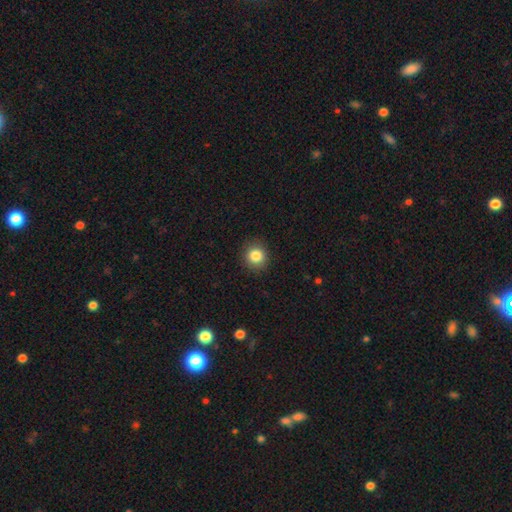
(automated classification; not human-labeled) Q: Smooth or featured?
A: smooth (84%); runner-up: star or artifact (10%)
Q: How rounded?
A: round (89%); runner-up: in between (10%)
Q: Merging?
A: none (90%); runner-up: minor disturbance (7%)